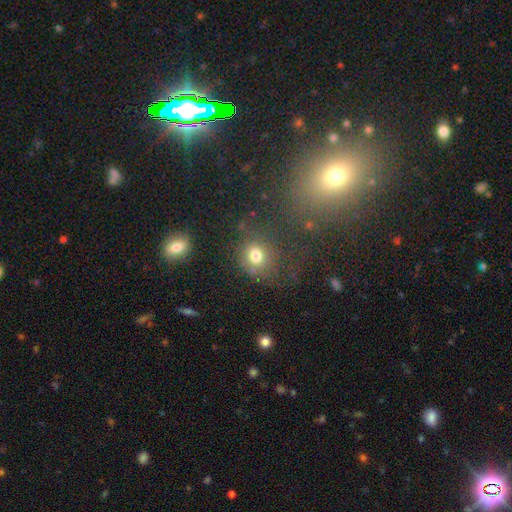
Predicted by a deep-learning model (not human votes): Morphology: type=smooth (72%); roundness=round (71%); merging=none (63%).